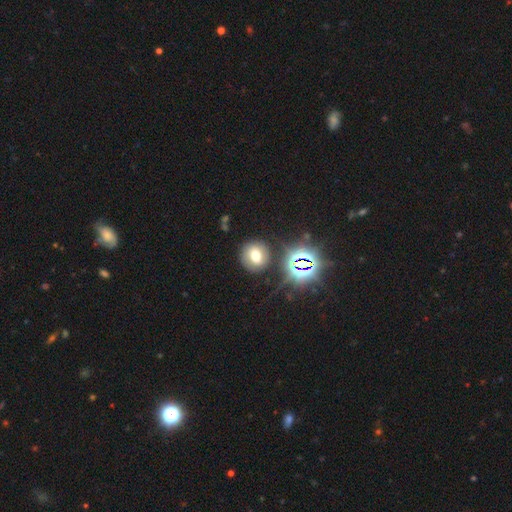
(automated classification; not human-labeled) smooth-or-featured: smooth: 57% | star or artifact: 22% | featured or disk: 20%
  how-rounded: round: 79% | in between: 20% | cigar-shaped: 1%
  merging: none: 80% | minor disturbance: 11% | major disturbance: 5% | merger: 4%